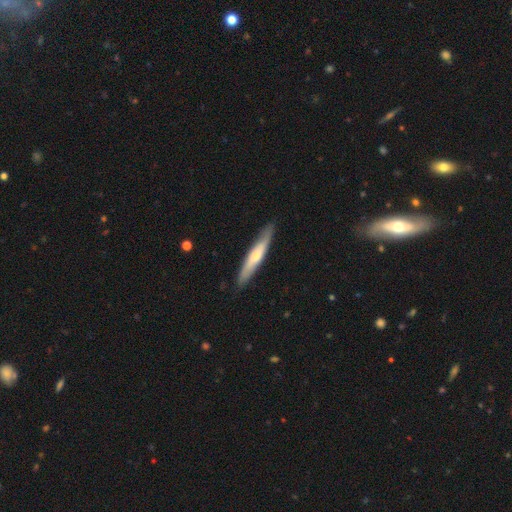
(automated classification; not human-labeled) smooth 51%, featured or disk 44%, star or artifact 5%. Down the decision tree: how rounded — cigar-shaped (92%); merging — none (87%).